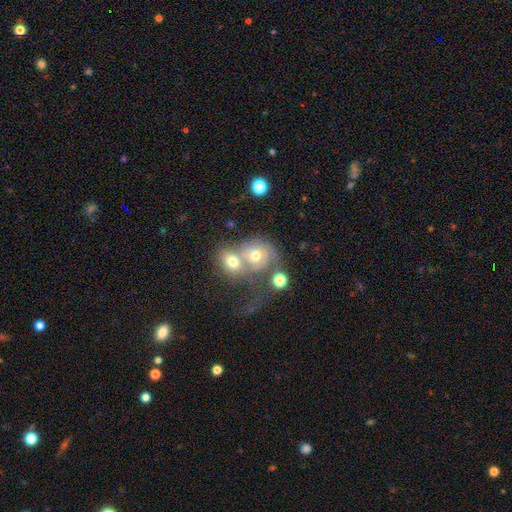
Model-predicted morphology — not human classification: Smooth or featured?
  - featured or disk: 46% *
  - smooth: 42%
  - star or artifact: 11%
Merging?
  - merger: 60% *
  - none: 20%
  - major disturbance: 10%
  - minor disturbance: 9%